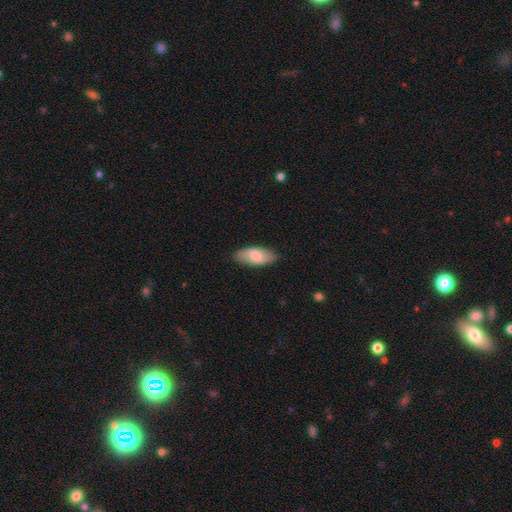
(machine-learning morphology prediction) type=smooth (71%); roundness=in between (87%); merging=none (85%).